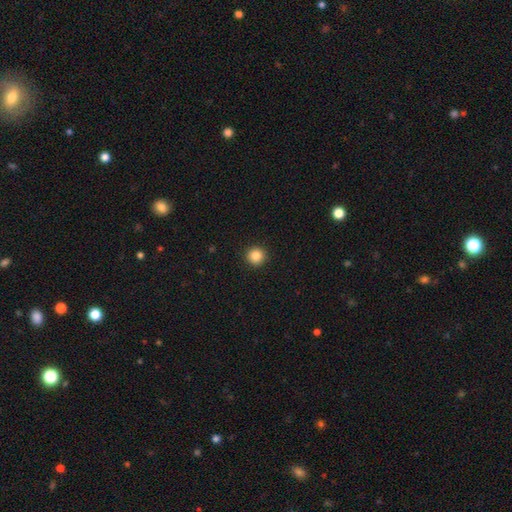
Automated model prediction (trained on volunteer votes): A smooth galaxy with no disk features (86%) that is round (95%). Merging: none (93%).